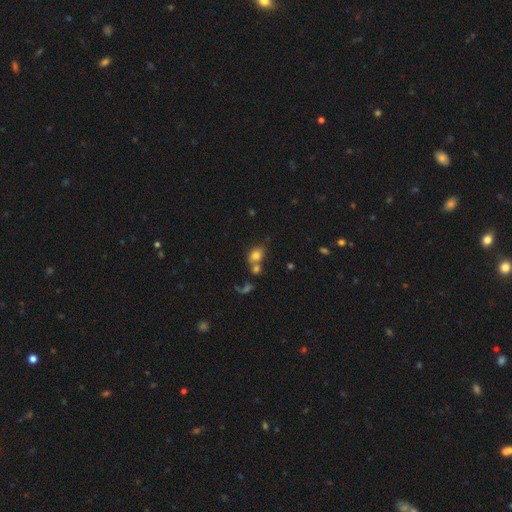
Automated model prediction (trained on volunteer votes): This is likely a smooth galaxy (78%). How rounded: likely in between (62%). Merging: possibly none (47%).